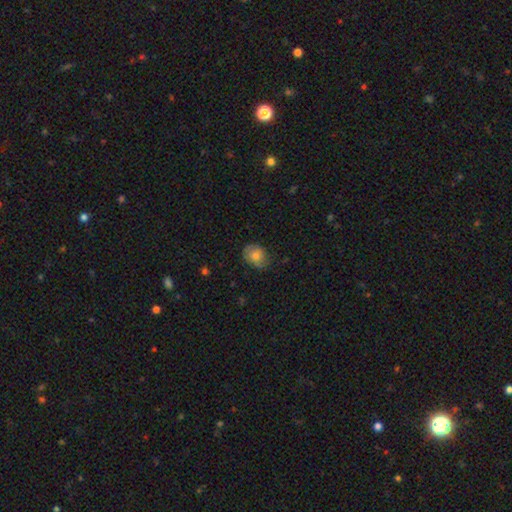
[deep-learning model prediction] This appears to be a smooth galaxy with no disk features (76%) that is round (51%). Merging: none (67%).